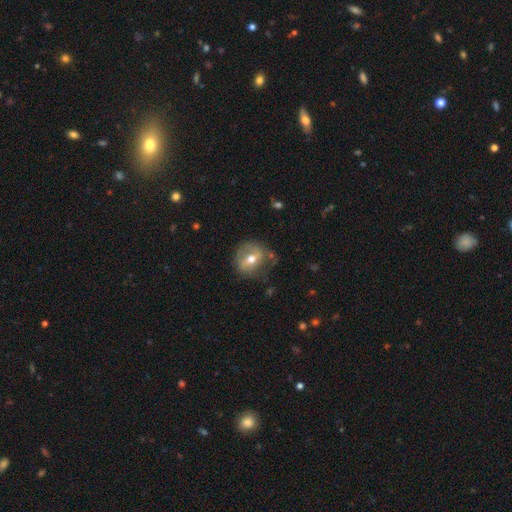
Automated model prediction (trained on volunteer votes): smooth_or_featured: featured or disk (p=0.48) [alt: smooth p=0.45]
merging: none (p=0.60) [alt: minor disturbance p=0.25]